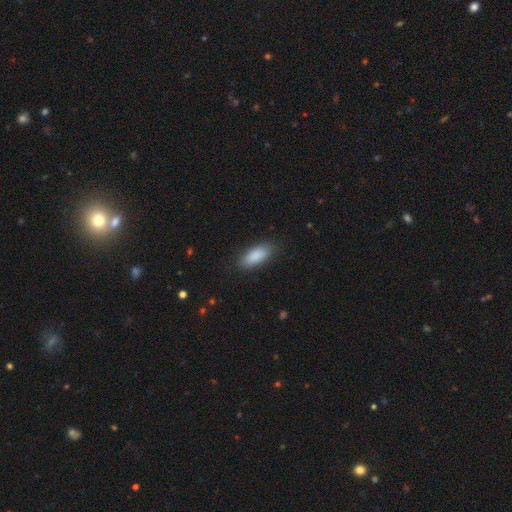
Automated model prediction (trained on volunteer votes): A smooth galaxy with no disk features (89%) that is in between round and cigar-shaped (79%). Merging: none (85%).